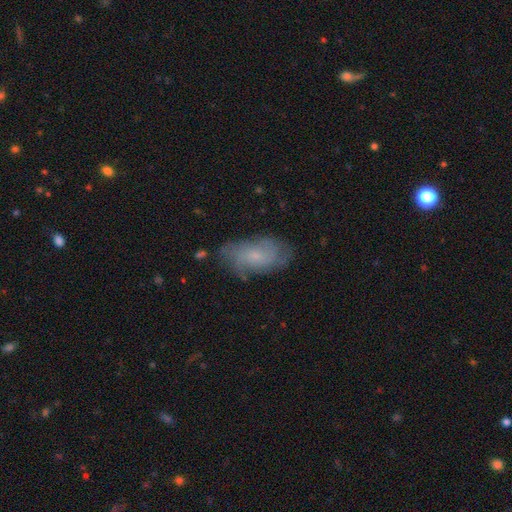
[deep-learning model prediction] This appears to be a featured or disk galaxy (55%) with no bar (74%), spiral arms (81%) and a small central bulge (66%). Merging: none (69%).